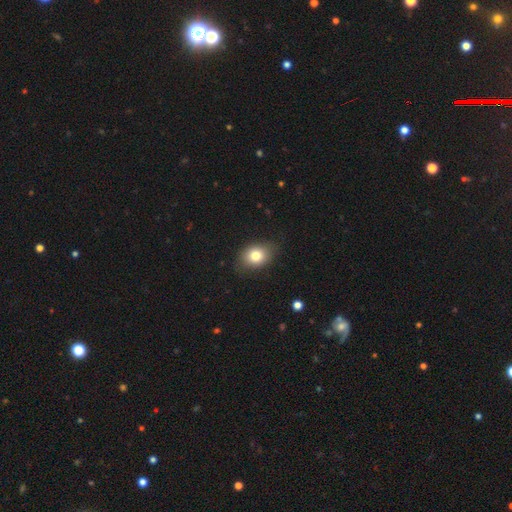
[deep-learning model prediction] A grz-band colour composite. It shows a smooth galaxy with no disk features (80%) that is in between round and cigar-shaped (62%). Merging: none (80%).